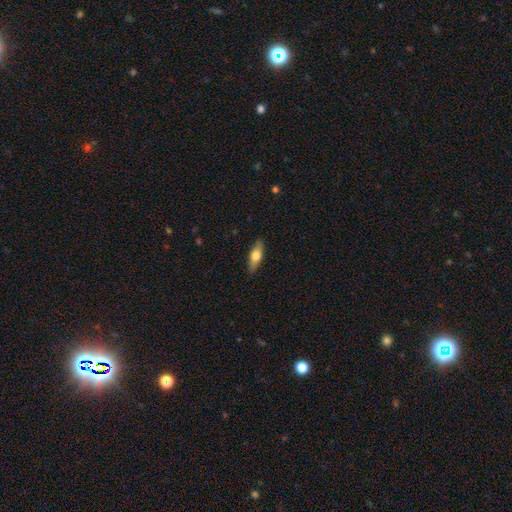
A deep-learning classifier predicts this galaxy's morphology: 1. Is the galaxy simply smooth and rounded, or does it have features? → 65% smooth, 29% featured or disk, 6% star or artifact.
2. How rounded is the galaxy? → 61% in between, 36% cigar-shaped, 3% round.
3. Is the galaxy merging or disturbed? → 88% none, 9% minor disturbance, 2% major disturbance, 1% merger.